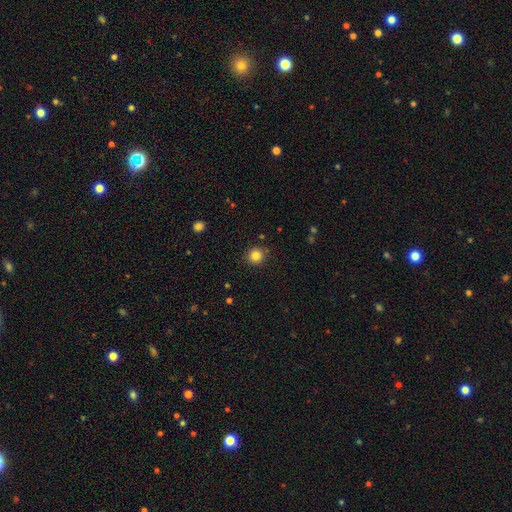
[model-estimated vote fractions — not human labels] Morphology: type=smooth (83%); roundness=round (92%); merging=none (90%).